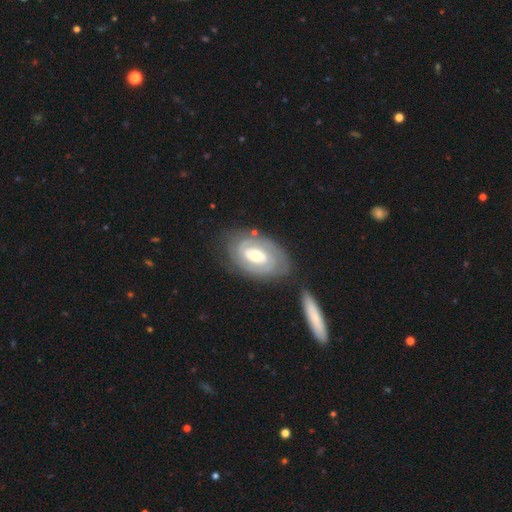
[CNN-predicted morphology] smooth_or_featured: featured or disk (p=0.85) [alt: smooth p=0.11]
disk_edge_on: no (p=0.96) [alt: yes p=0.04]
bar: no (p=0.45) [alt: weak p=0.36]
has_spiral_arms: yes (p=0.91) [alt: no p=0.09]
spiral_winding: tight (p=0.77) [alt: medium p=0.18]
spiral_arm_count: 2 (p=0.58) [alt: can't tell p=0.24]
bulge_size: moderate (p=0.64) [alt: small p=0.29]
merging: none (p=0.72) [alt: minor disturbance p=0.15]